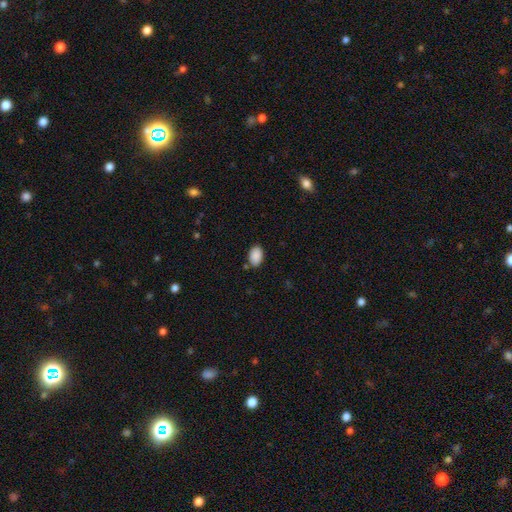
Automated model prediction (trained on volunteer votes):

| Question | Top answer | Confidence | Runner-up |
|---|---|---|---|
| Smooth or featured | smooth | 90% | star or artifact (7%) |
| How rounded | in between | 90% | round (9%) |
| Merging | none | 81% | minor disturbance (13%) |